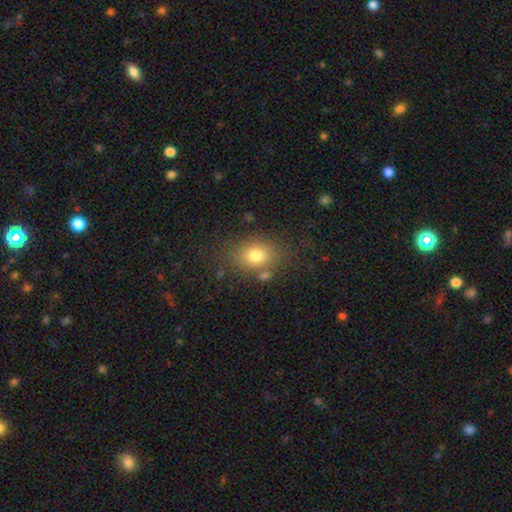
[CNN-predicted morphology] This is likely a smooth galaxy (77%). How rounded: possibly in between (59%). Merging: likely none (73%).